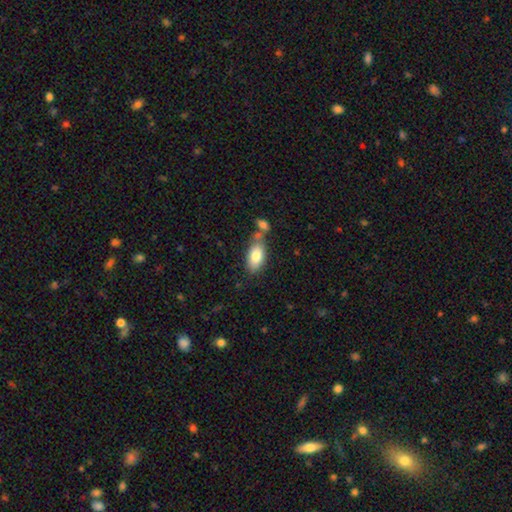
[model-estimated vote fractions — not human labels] Morphology: type=smooth (80%); roundness=in between (91%); merging=none (56%).